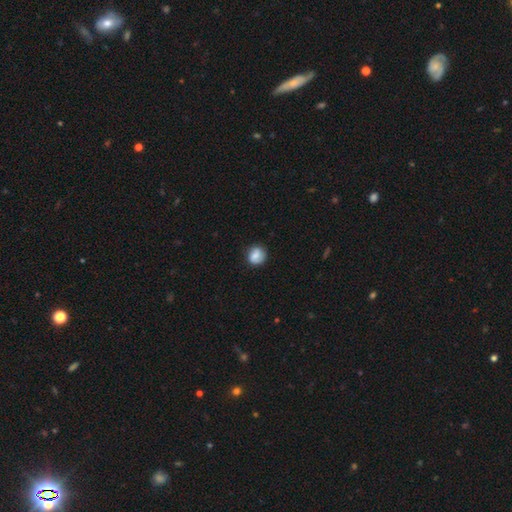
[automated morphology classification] This appears to be a smooth galaxy with no disk features (74%) that is round (84%). Merging: none (79%).